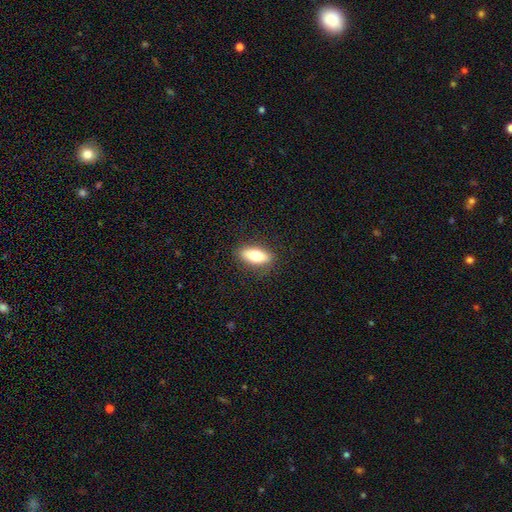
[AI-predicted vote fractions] A smooth galaxy with no disk features (70%) that is in between round and cigar-shaped (72%).

Vote fractions:
- Smooth or featured? smooth: 70% / featured or disk: 23% / star or artifact: 7%
- How rounded? in between: 72% / cigar-shaped: 24% / round: 4%
- Merging? none: 87% / minor disturbance: 9% / major disturbance: 3% / merger: 1%